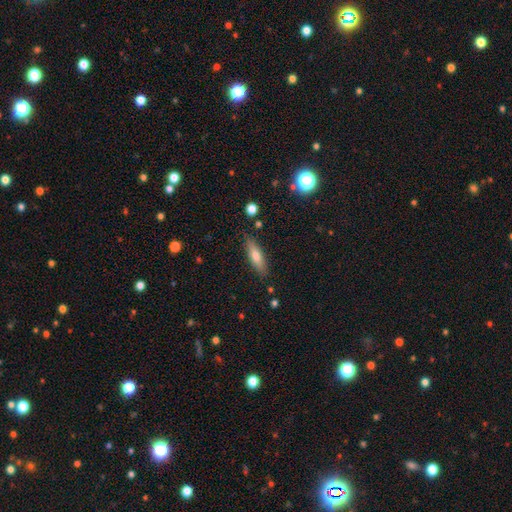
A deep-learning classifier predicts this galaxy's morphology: Q: Smooth or featured?
A: smooth (65%); runner-up: featured or disk (27%)
Q: How rounded?
A: cigar-shaped (60%); runner-up: in between (37%)
Q: Merging?
A: none (87%); runner-up: minor disturbance (10%)